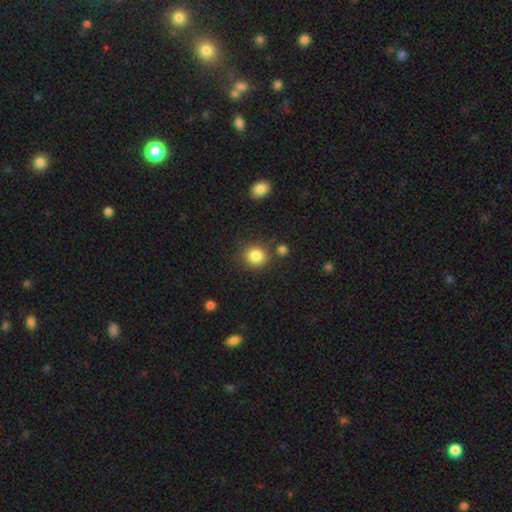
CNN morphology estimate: Overall: smooth (85%). How rounded: round (85%). Merging: none (81%).